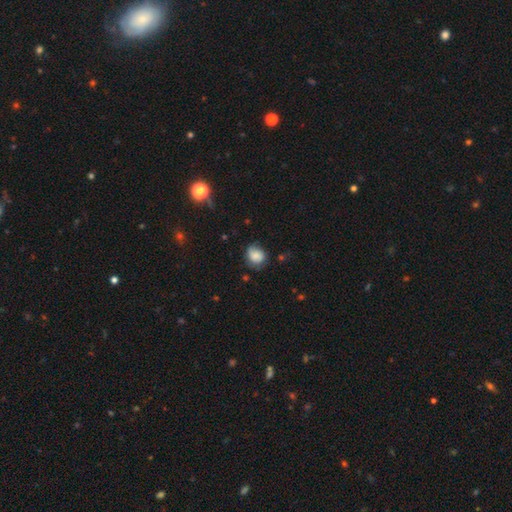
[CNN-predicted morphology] Smooth or featured?
  - smooth: 73% *
  - featured or disk: 17%
  - star or artifact: 9%
How rounded?
  - round: 59% *
  - in between: 40%
  - cigar-shaped: 1%
Merging?
  - none: 55% *
  - minor disturbance: 31%
  - major disturbance: 12%
  - merger: 2%